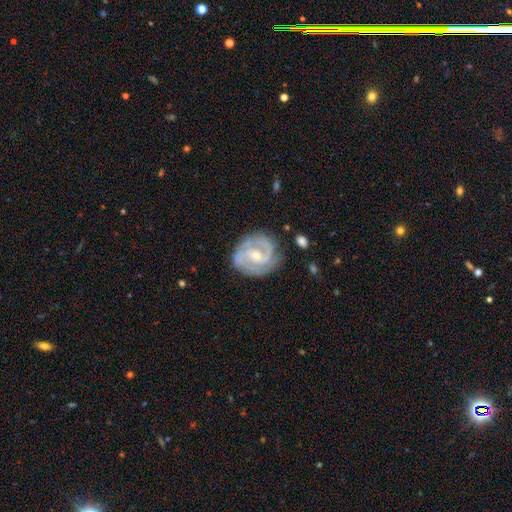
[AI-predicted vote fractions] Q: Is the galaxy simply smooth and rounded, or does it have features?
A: featured or disk — 89%.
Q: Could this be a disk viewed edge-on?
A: no — 98%.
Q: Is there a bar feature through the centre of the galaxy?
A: no — 44%.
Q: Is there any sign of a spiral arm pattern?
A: yes — 97%.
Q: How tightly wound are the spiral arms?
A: tight — 53%.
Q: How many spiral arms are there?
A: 2 — 70%.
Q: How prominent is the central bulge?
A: small — 62%.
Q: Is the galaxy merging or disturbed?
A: none — 78%.